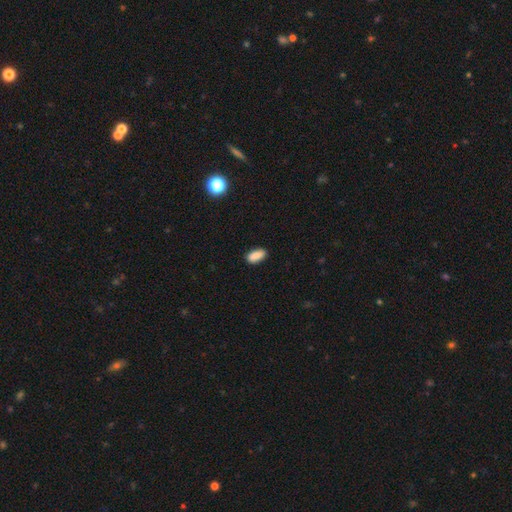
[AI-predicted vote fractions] smooth 88%, star or artifact 8%, featured or disk 4%. Down the decision tree: how rounded — in between (88%); merging — none (86%).